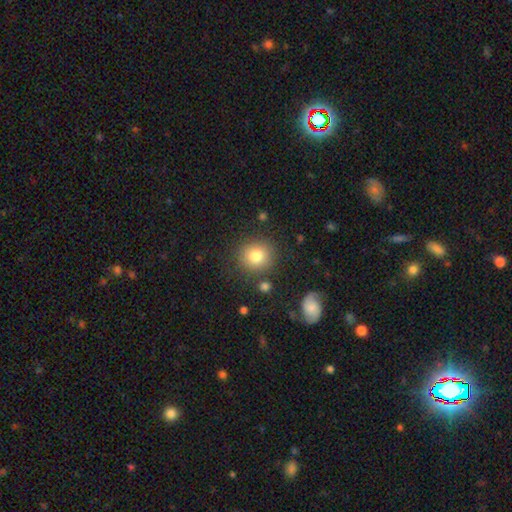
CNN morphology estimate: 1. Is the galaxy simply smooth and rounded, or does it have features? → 80% smooth, 10% star or artifact, 10% featured or disk.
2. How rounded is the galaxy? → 88% round, 11% in between, 1% cigar-shaped.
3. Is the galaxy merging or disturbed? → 85% none, 9% minor disturbance, 3% major disturbance, 3% merger.